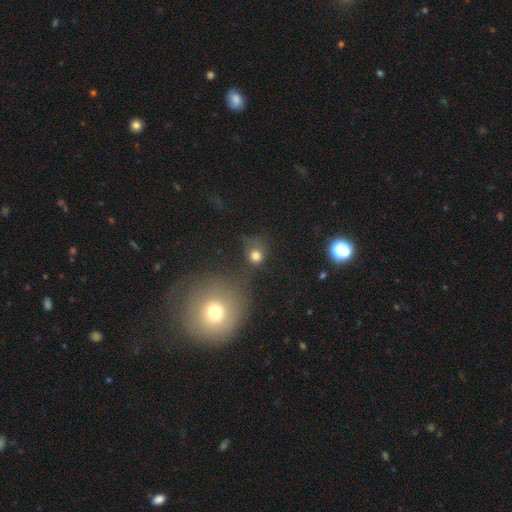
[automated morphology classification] A smooth galaxy with no disk features (75%) that is round (83%). Merging: none (56%).